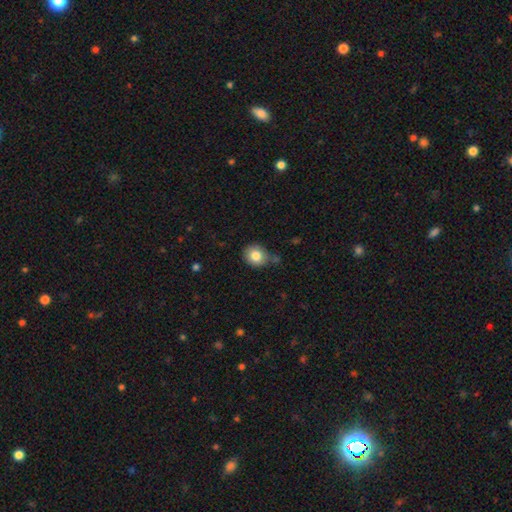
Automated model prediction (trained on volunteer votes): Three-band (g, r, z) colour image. It shows a smooth galaxy with no disk features (82%) that is round (72%). Merging: none (74%).